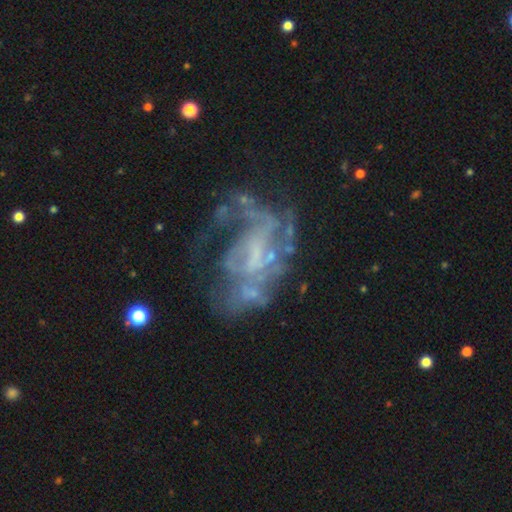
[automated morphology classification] Smooth or featured? Predicted: featured or disk (p=0.76). Edge-on disk? Predicted: no (p=0.97). Bar? Predicted: no (p=0.58). Spiral arms? Predicted: yes (p=0.57). Bulge size? Predicted: none (p=0.57). Merging? Predicted: major disturbance (p=0.40).